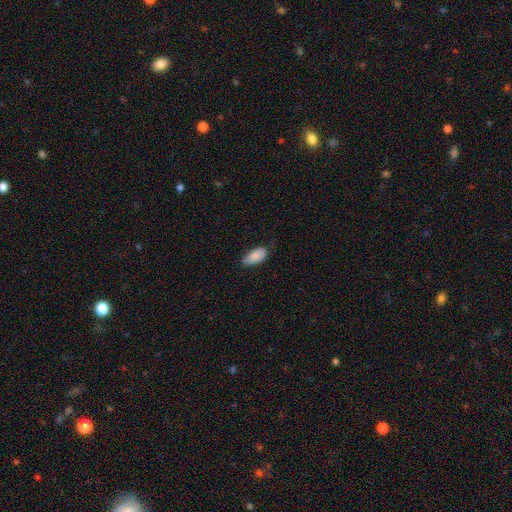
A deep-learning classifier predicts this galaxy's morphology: Smooth or featured? Predicted: smooth (p=0.88). How rounded? Predicted: in between (p=0.92). Merging? Predicted: none (p=0.69).